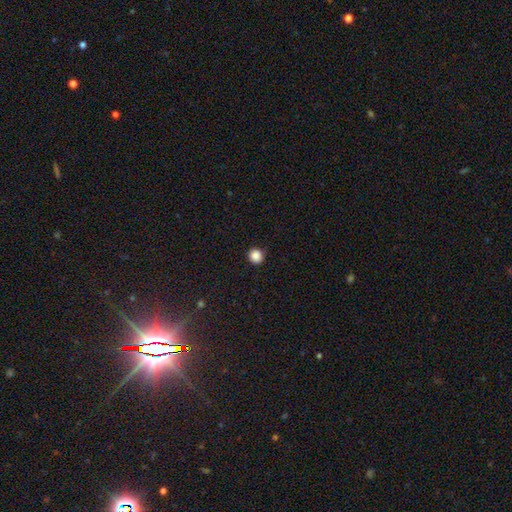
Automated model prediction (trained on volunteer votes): Morphology: type=smooth (87%); roundness=round (87%); merging=none (90%).